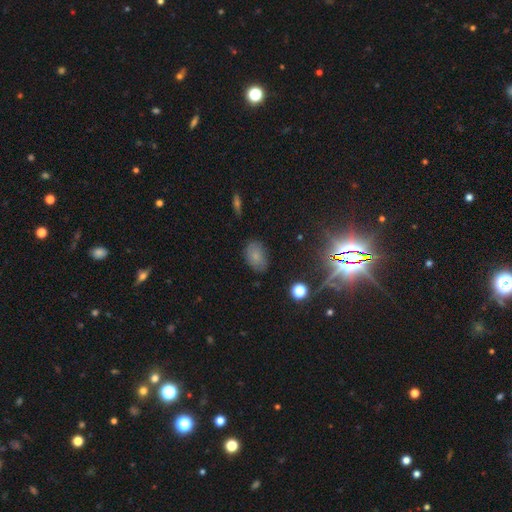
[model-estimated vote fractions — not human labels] smooth_or_featured: smooth (p=0.73) [alt: featured or disk p=0.14]
how_rounded: in between (p=0.87) [alt: round p=0.12]
merging: none (p=0.78) [alt: minor disturbance p=0.16]